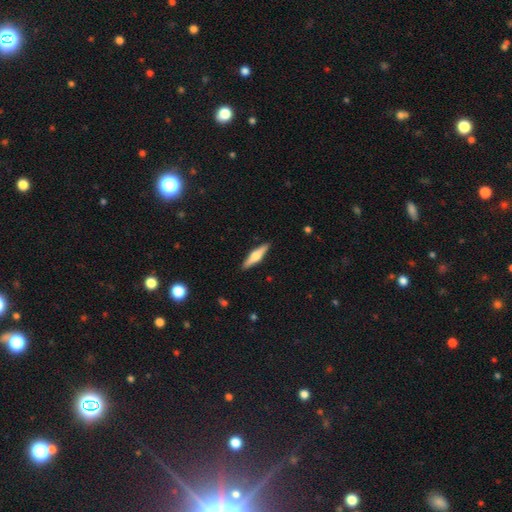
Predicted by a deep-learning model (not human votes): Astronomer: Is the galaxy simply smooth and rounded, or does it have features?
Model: featured or disk — 57% (runner-up: smooth, 38%).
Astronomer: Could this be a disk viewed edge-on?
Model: yes — 96%.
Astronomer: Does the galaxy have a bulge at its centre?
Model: rounded — 89%.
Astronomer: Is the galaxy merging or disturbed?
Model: none — 90%.